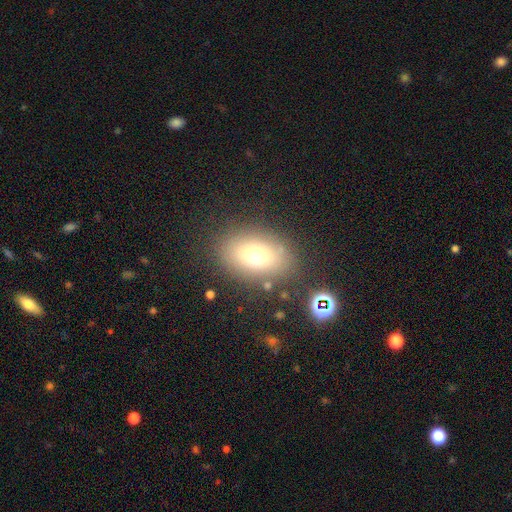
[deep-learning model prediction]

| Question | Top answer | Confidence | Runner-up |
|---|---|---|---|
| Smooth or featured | smooth | 69% | featured or disk (17%) |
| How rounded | in between | 80% | round (18%) |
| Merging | none | 80% | minor disturbance (12%) |